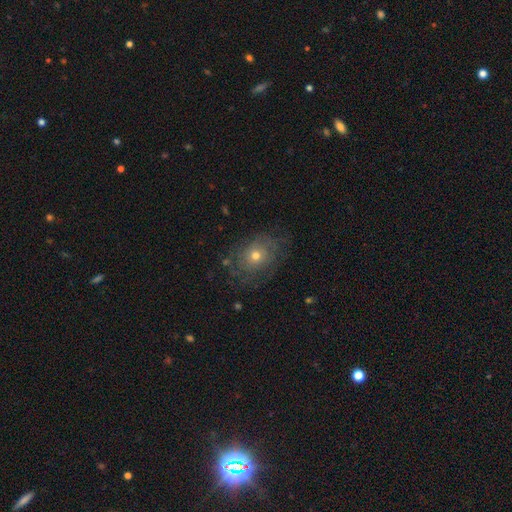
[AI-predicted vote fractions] A smooth galaxy with no disk features (47%).

Vote fractions:
- Smooth or featured? smooth: 47% / featured or disk: 41% / star or artifact: 12%
- Merging? none: 69% / minor disturbance: 18% / major disturbance: 11% / merger: 1%